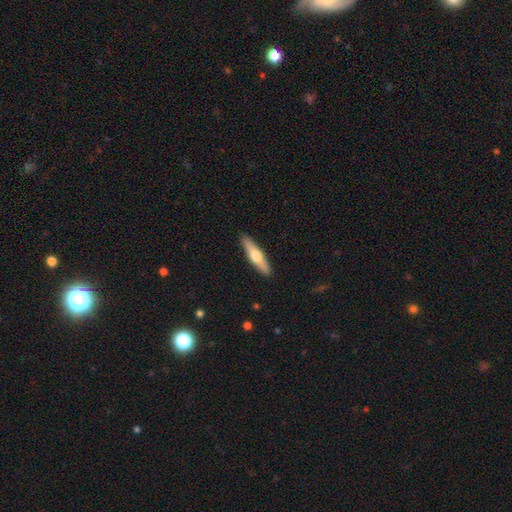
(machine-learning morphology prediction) Q: Smooth or featured?
A: smooth (49%); runner-up: featured or disk (46%)
Q: Merging?
A: none (91%); runner-up: minor disturbance (7%)